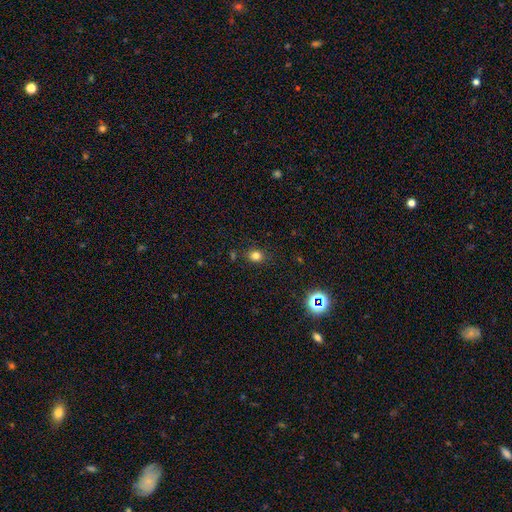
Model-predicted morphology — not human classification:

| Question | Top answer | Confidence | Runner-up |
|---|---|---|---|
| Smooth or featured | smooth | 77% | star or artifact (16%) |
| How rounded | round | 70% | in between (29%) |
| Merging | none | 83% | minor disturbance (11%) |